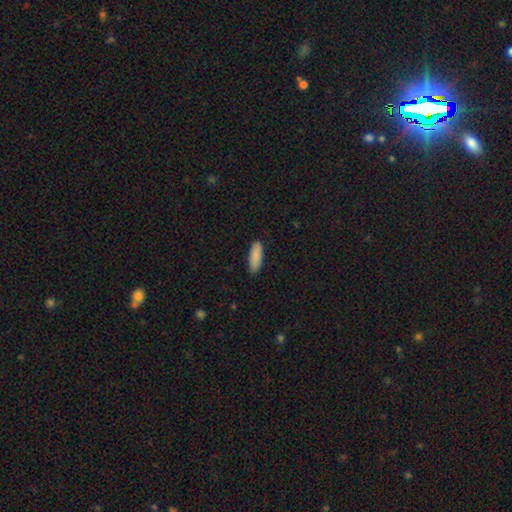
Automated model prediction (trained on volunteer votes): Smooth or featured: smooth — 89% (star or artifact — 6%)
How rounded: in between — 60% (cigar-shaped — 38%)
Merging: none — 86% (minor disturbance — 11%)